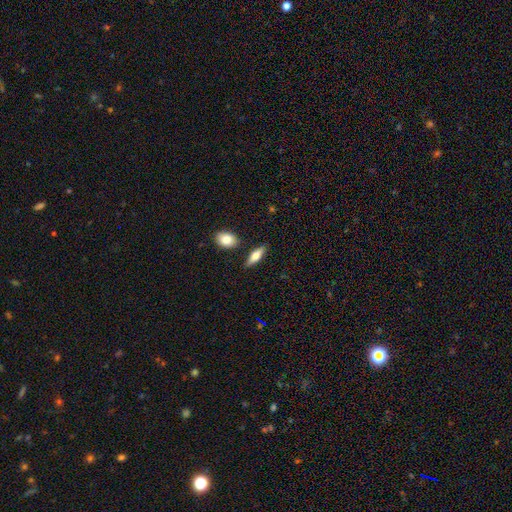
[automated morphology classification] This is possibly a smooth galaxy (58%). How rounded: possibly in between (55%). Merging: clearly none (83%).